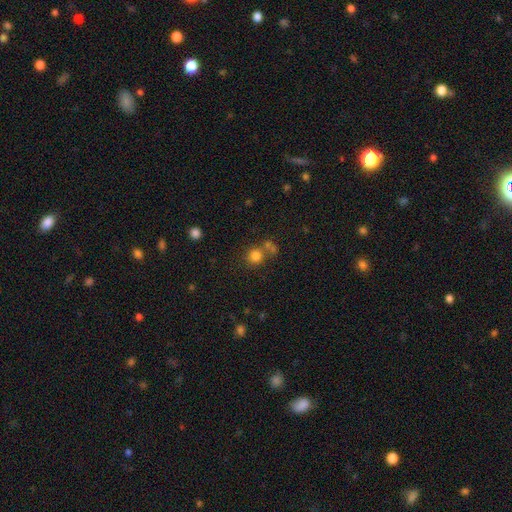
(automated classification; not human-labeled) smooth_or_featured: smooth (p=0.79) [alt: star or artifact p=0.14]
how_rounded: round (p=0.89) [alt: in between p=0.11]
merging: none (p=0.63) [alt: merger p=0.24]